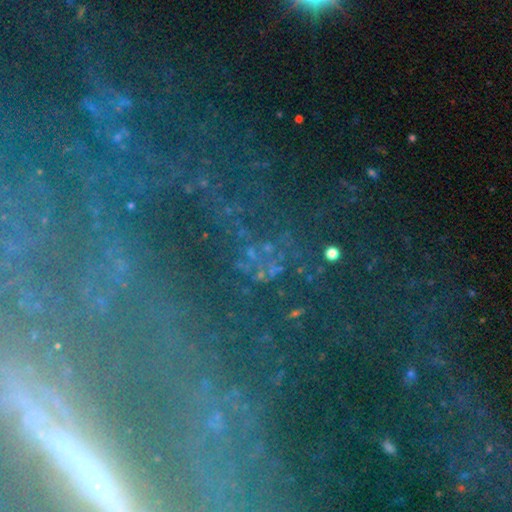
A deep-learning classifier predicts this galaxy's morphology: Smooth or featured? star or artifact (73%)